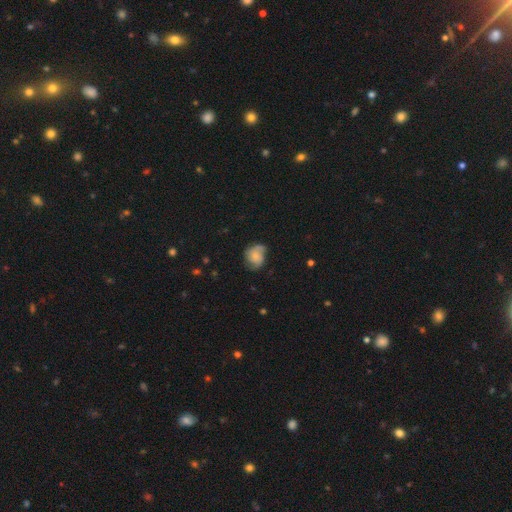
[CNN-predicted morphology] Overall: smooth (50%; featured or disk 42%). Merging: none (52%; minor disturbance 32%).